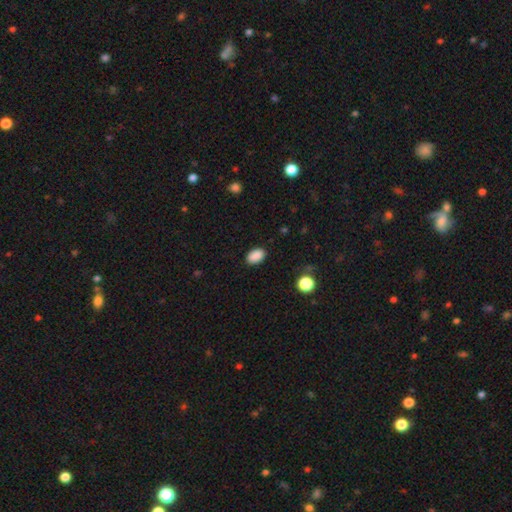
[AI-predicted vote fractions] Smooth or featured? Predicted: smooth (p=0.89). How rounded? Predicted: in between (p=0.88). Merging? Predicted: none (p=0.88).